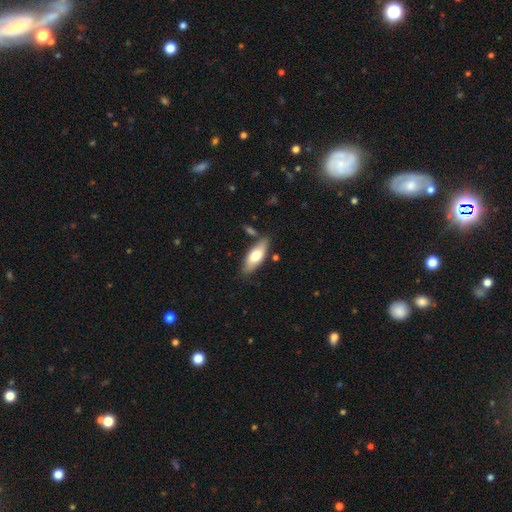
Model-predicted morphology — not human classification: smooth 69%, featured or disk 26%, star or artifact 6%. Down the decision tree: how rounded — in between (72%); merging — none (77%).